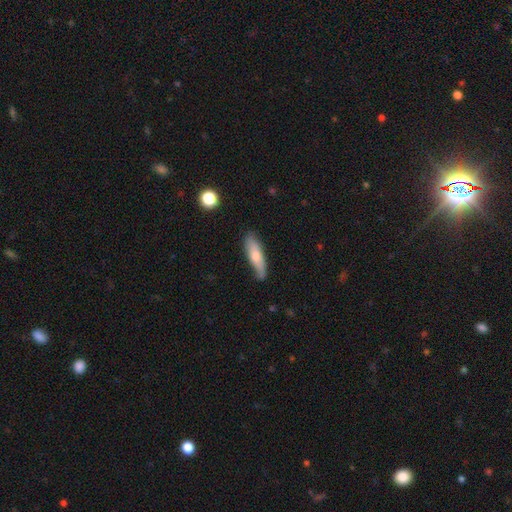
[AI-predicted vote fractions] Overall: smooth (69%). How rounded: cigar-shaped (65%; in between 34%). Merging: none (73%).